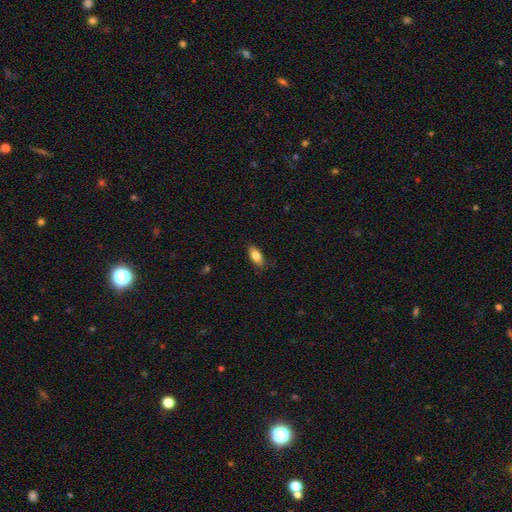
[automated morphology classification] A smooth galaxy with no disk features (82%) that is in between round and cigar-shaped (84%).

Vote fractions:
- Smooth or featured? smooth: 82% / featured or disk: 11% / star or artifact: 7%
- How rounded? in between: 84% / cigar-shaped: 13% / round: 3%
- Merging? none: 82% / minor disturbance: 14% / major disturbance: 3% / merger: 1%